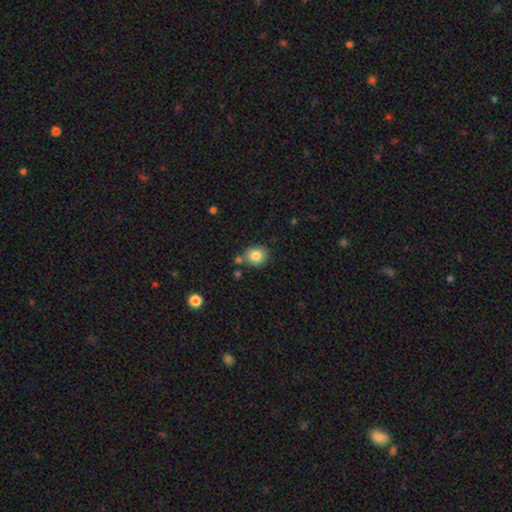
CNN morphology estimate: type=smooth (83%); roundness=round (75%); merging=none (76%).